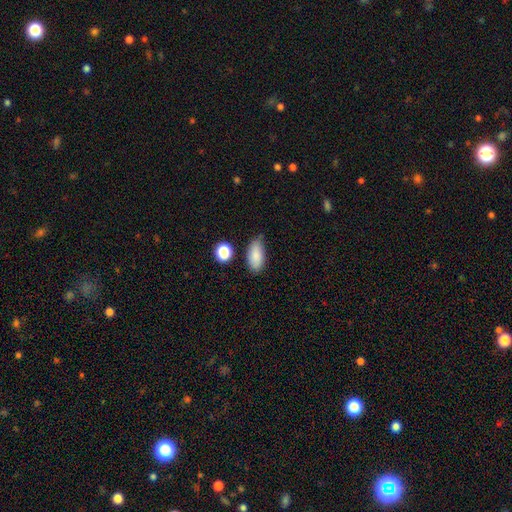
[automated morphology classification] smooth-or-featured: smooth: 87% | star or artifact: 7% | featured or disk: 6%
  how-rounded: in between: 89% | cigar-shaped: 7% | round: 4%
  merging: none: 72% | minor disturbance: 19% | merger: 4% | major disturbance: 4%